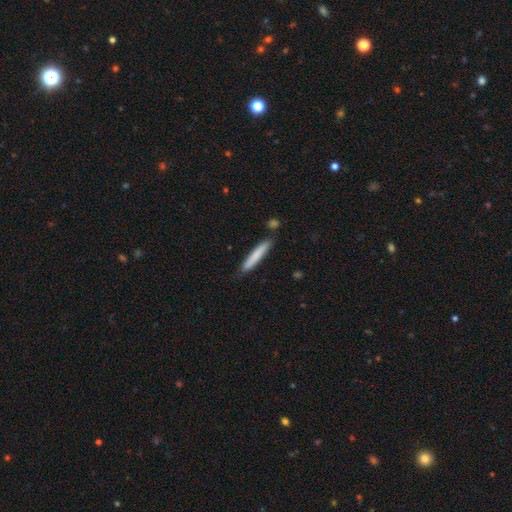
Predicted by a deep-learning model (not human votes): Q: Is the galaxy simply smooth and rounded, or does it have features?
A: smooth — 78%.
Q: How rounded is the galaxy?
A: cigar-shaped — 94%.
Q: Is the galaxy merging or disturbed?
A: none — 82%.